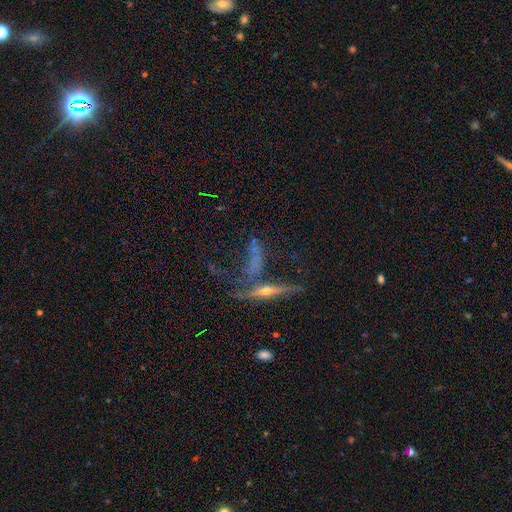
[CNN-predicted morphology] featured or disk 62%, smooth 21%, star or artifact 17%. Down the decision tree: edge-on disk — yes (73%); merging — none (37%).